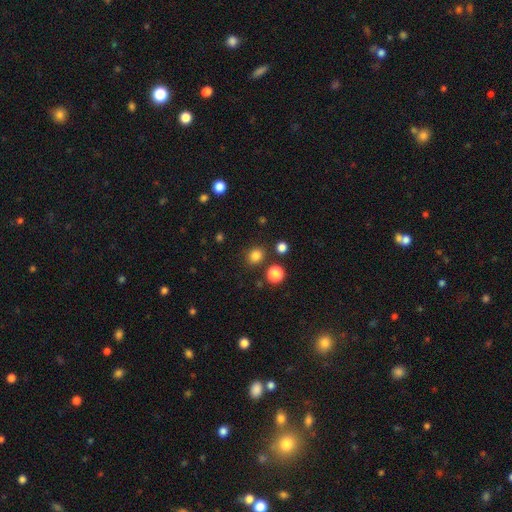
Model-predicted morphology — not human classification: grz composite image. It shows a smooth galaxy with no disk features (82%) that is round (73%). Merging: none (83%).